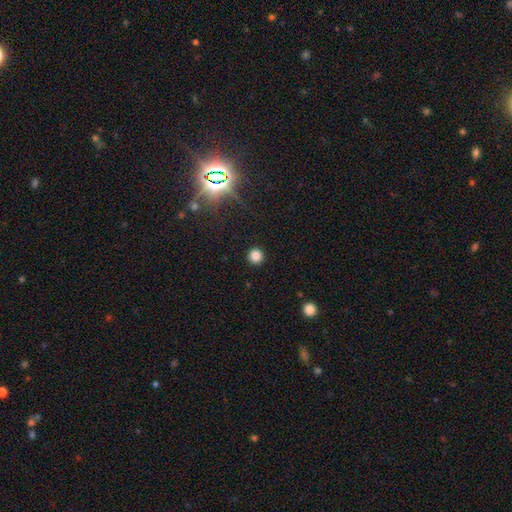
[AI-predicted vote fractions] This appears to be a smooth galaxy with no disk features (82%) that is round (94%). Merging: none (92%).